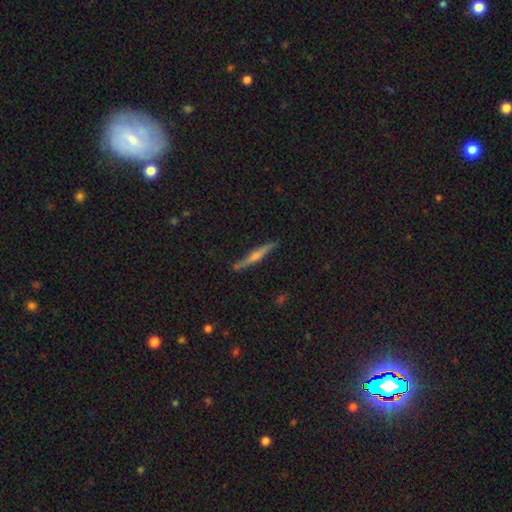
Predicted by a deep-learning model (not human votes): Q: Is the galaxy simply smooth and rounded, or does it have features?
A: featured or disk — 65%.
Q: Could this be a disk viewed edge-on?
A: yes — 97%.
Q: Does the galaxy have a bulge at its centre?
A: rounded — 71%.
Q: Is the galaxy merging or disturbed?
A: none — 87%.